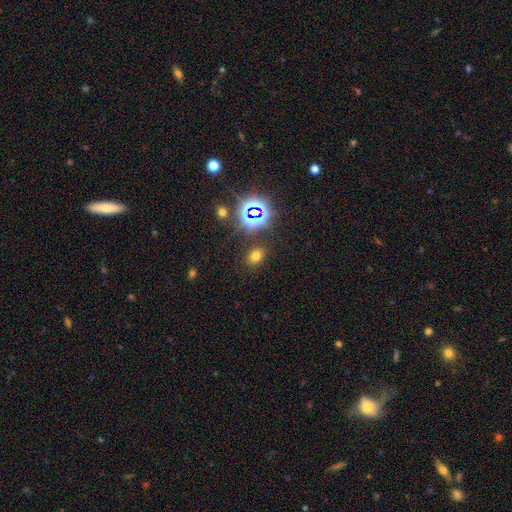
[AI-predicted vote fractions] The model was most divided on "how rounded": in between: 66%, round: 32%, cigar-shaped: 1%. More confident: merging — none (85%); smooth or featured — smooth (65%).